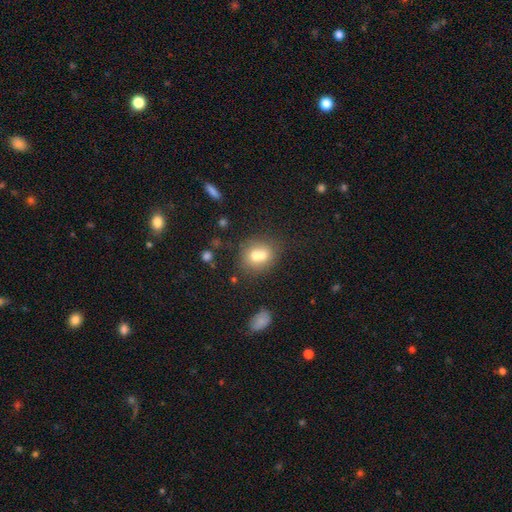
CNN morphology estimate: This appears to be a smooth galaxy with no disk features (65%) that is round (71%). Merging: merger (56%).